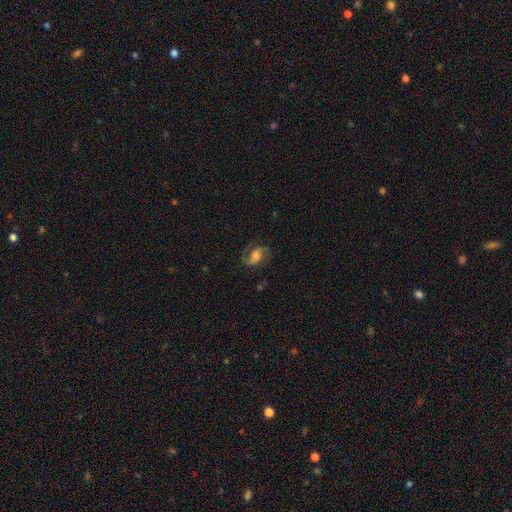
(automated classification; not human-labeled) Smooth or featured: featured or disk — 73% (smooth — 18%)
Edge-on disk: no — 97% (yes — 3%)
Bar: no — 43% (weak — 41%)
Spiral arms: yes — 94% (no — 6%)
Spiral winding: medium — 51% (loose — 34%)
Spiral arm count: 2 — 88% (1 — 5%)
Bulge size: moderate — 31% (tied with large — 31%)
Merging: none — 72% (minor disturbance — 16%)